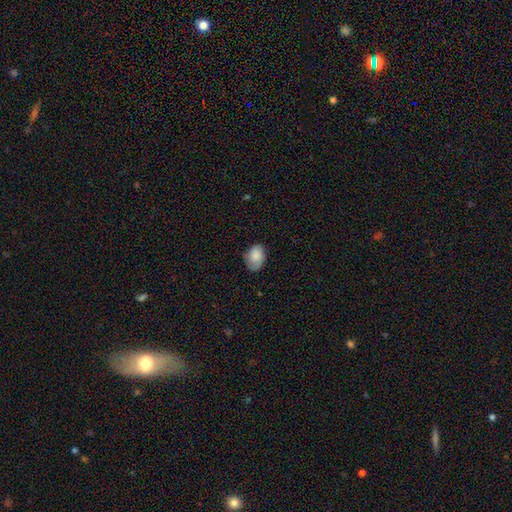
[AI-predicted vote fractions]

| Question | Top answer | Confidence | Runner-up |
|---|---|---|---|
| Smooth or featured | smooth | 81% | featured or disk (12%) |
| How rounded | in between | 75% | round (23%) |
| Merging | none | 68% | minor disturbance (24%) |